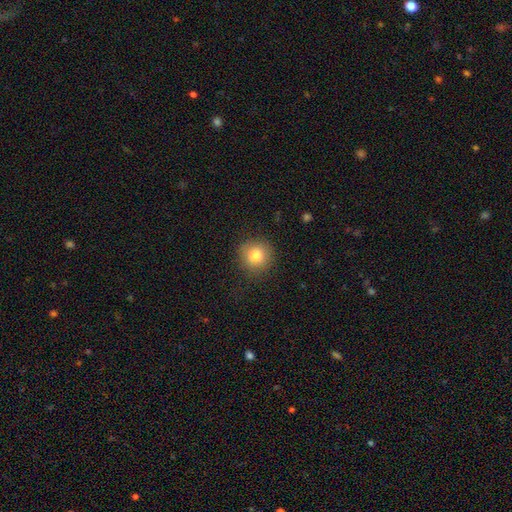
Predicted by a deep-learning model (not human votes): This is clearly a smooth galaxy (81%). How rounded: clearly round (92%). Merging: clearly none (86%).